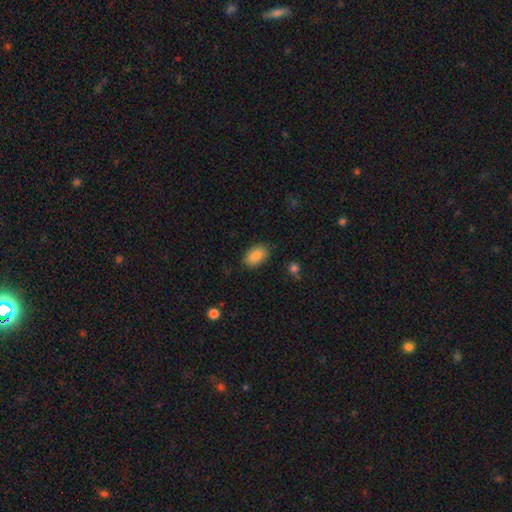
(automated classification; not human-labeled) This is clearly a smooth galaxy (88%). How rounded: clearly in between (92%). Merging: clearly none (84%).